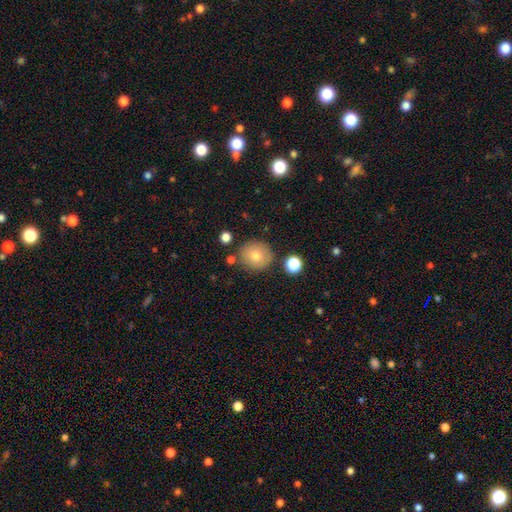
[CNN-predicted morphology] This is likely a smooth galaxy (74%). How rounded: clearly round (89%). Merging: clearly none (83%).